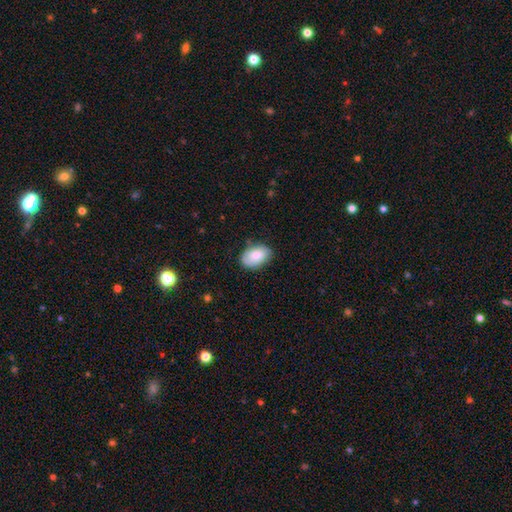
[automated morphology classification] Q: Smooth or featured?
A: smooth (72%); runner-up: featured or disk (21%)
Q: How rounded?
A: in between (88%); runner-up: round (11%)
Q: Merging?
A: none (73%); runner-up: minor disturbance (21%)